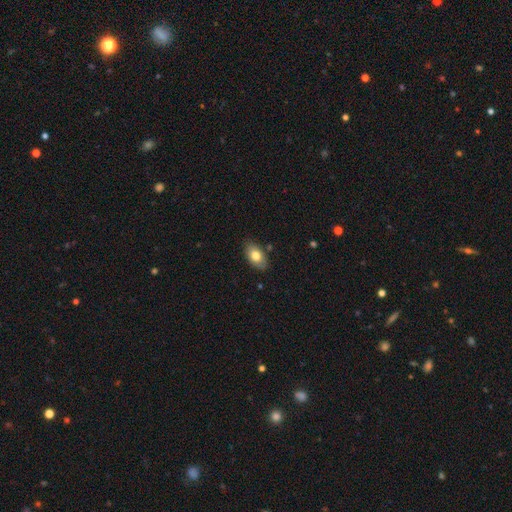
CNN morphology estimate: Q: Smooth or featured?
A: smooth (78%); runner-up: featured or disk (15%)
Q: How rounded?
A: in between (91%); runner-up: round (6%)
Q: Merging?
A: none (83%); runner-up: minor disturbance (13%)